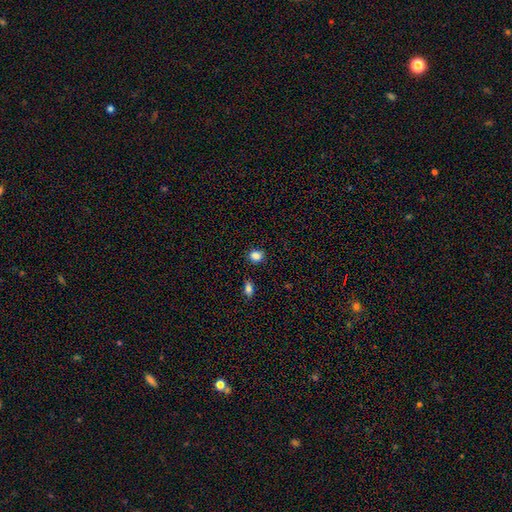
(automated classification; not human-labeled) smooth_or_featured: smooth (p=0.85) [alt: star or artifact p=0.11]
how_rounded: round (p=0.69) [alt: in between p=0.30]
merging: none (p=0.85) [alt: minor disturbance p=0.10]